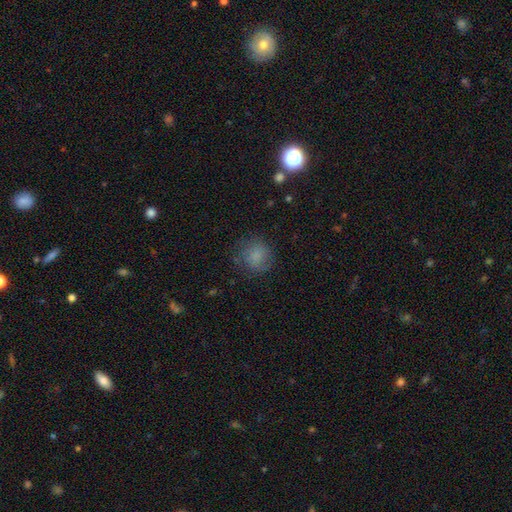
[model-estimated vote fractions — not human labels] A smooth galaxy with no disk features (78%) that is round (85%).

Vote fractions:
- Smooth or featured? smooth: 78% / star or artifact: 11% / featured or disk: 11%
- How rounded? round: 85% / in between: 14% / cigar-shaped: 1%
- Merging? none: 75% / minor disturbance: 16% / major disturbance: 7% / merger: 1%